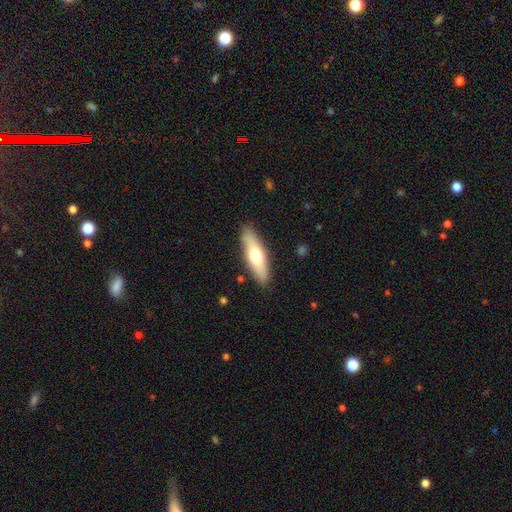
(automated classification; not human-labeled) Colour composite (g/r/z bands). It shows a smooth galaxy with no disk features (60%) that is cigar-shaped (54%). Merging: none (88%).